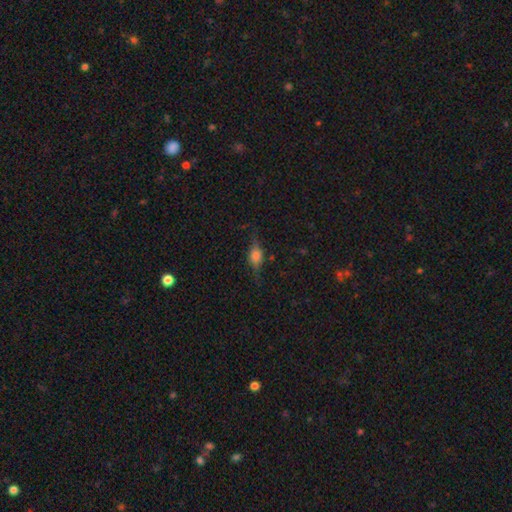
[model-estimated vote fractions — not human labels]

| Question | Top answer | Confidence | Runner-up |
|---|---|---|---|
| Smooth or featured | smooth | 47% | featured or disk (41%) |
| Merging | none | 72% | minor disturbance (20%) |